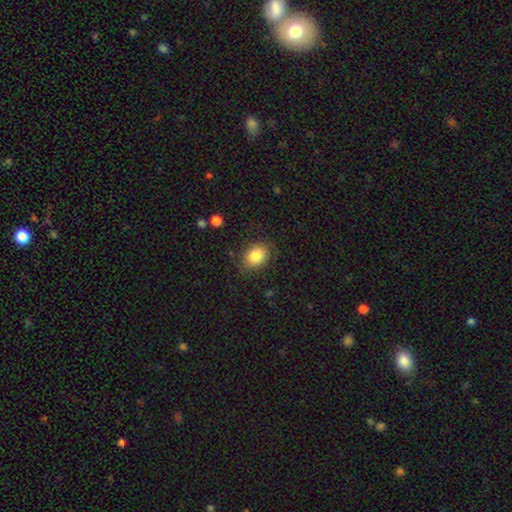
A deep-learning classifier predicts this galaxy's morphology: smooth-or-featured: smooth: 83% | featured or disk: 8% | star or artifact: 8%
  how-rounded: in between: 69% | round: 30% | cigar-shaped: 1%
  merging: none: 80% | minor disturbance: 14% | major disturbance: 4% | merger: 1%